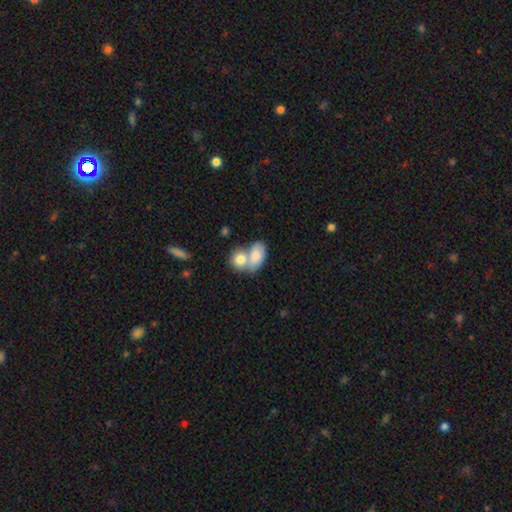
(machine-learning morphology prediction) Smooth or featured?
  - smooth: 80% *
  - featured or disk: 14%
  - star or artifact: 6%
How rounded?
  - in between: 83% *
  - round: 15%
  - cigar-shaped: 2%
Merging?
  - merger: 66% *
  - none: 22%
  - minor disturbance: 8%
  - major disturbance: 4%